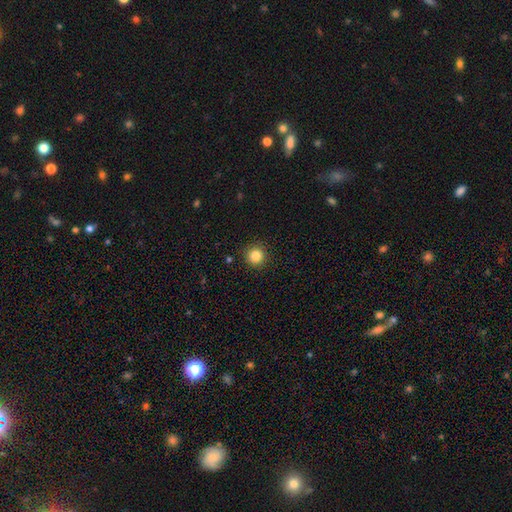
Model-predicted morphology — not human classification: Smooth or featured? smooth (84%)
How rounded? round (95%)
Merging? none (91%)